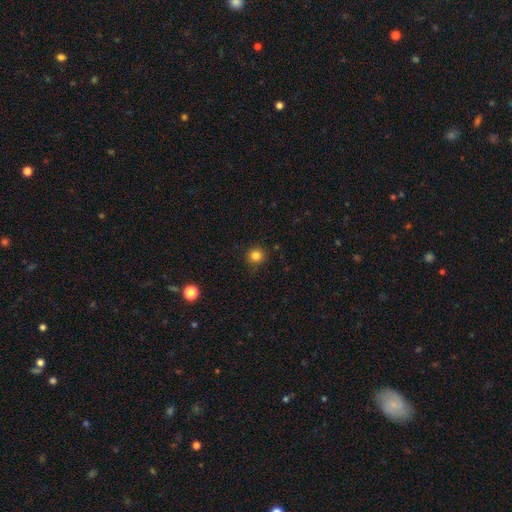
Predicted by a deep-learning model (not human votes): A smooth galaxy with no disk features (83%) that is round (93%). Merging: none (89%).